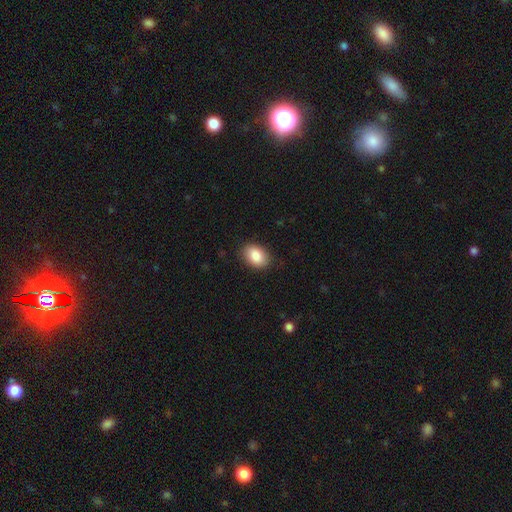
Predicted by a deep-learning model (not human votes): Q: Smooth or featured?
A: smooth (87%); runner-up: star or artifact (7%)
Q: How rounded?
A: in between (80%); runner-up: round (19%)
Q: Merging?
A: none (86%); runner-up: minor disturbance (11%)